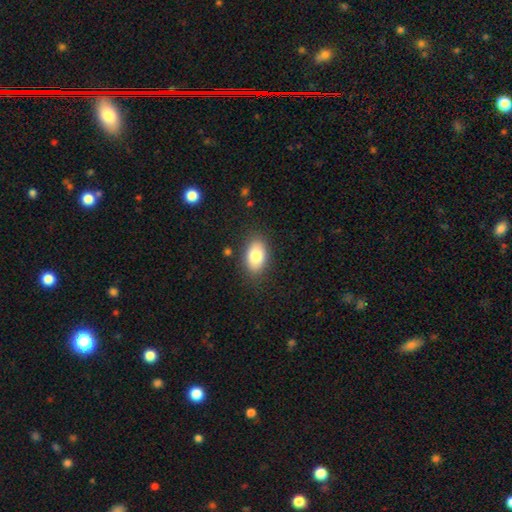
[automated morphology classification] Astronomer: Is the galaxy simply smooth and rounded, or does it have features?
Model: smooth — 80%.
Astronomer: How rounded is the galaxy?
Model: in between — 90%.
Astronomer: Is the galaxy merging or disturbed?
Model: none — 85%.